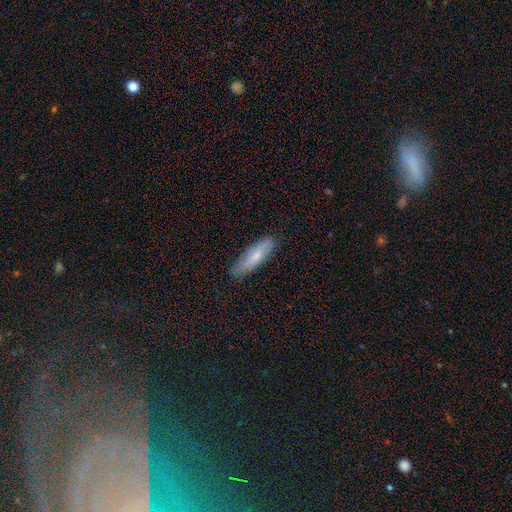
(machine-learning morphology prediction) type=smooth (63%); roundness=cigar-shaped (60%); merging=none (79%).